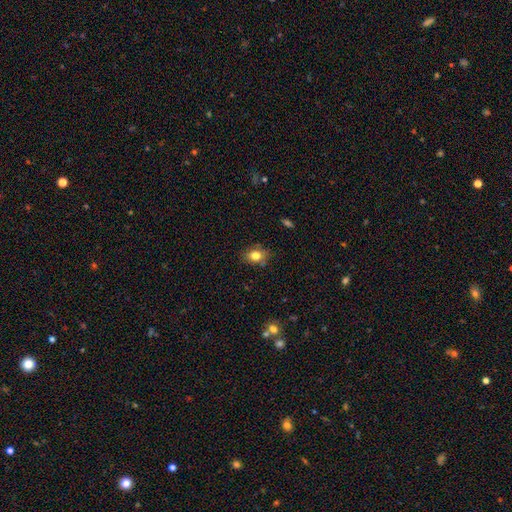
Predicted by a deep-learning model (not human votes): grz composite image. It shows a smooth galaxy with no disk features (79%) that is in between round and cigar-shaped (62%). Merging: none (80%).